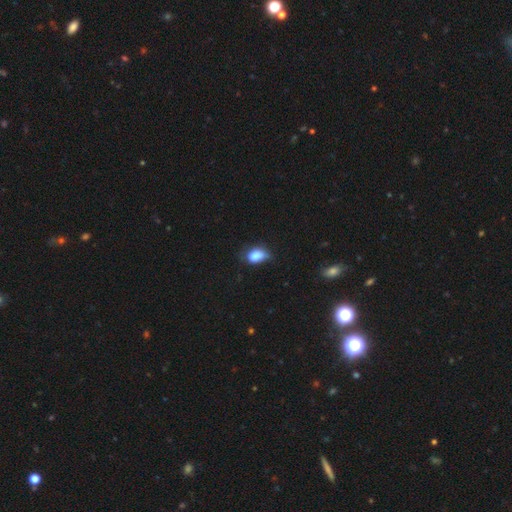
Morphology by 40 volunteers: smooth_or_featured: smooth (p=0.90) [alt: featured or disk p=0.07]
how_rounded: in between (p=0.94) [alt: round p=0.06]
merging: minor disturbance (p=0.69) [alt: none p=0.23]